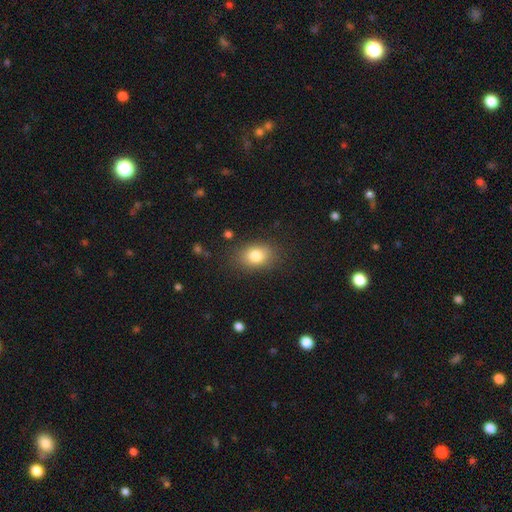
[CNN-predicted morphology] smooth-or-featured: smooth: 81% | star or artifact: 10% | featured or disk: 9%
  how-rounded: in between: 72% | round: 27% | cigar-shaped: 1%
  merging: none: 82% | minor disturbance: 13% | major disturbance: 4% | merger: 2%